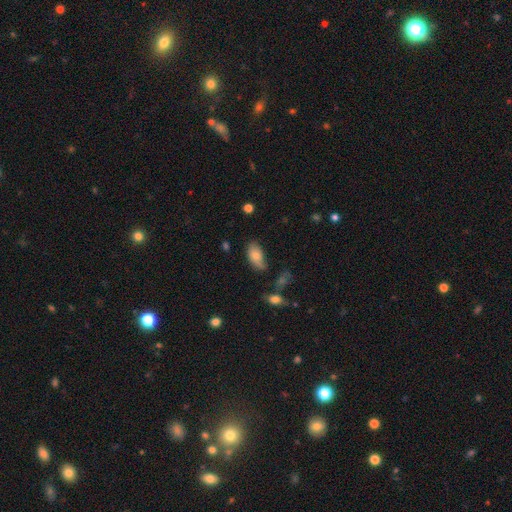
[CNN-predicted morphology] A smooth galaxy with no disk features (74%) that is in between round and cigar-shaped (92%).

Vote fractions:
- Smooth or featured? smooth: 74% / featured or disk: 18% / star or artifact: 8%
- How rounded? in between: 92% / cigar-shaped: 4% / round: 4%
- Merging? none: 52% / minor disturbance: 32% / major disturbance: 12% / merger: 5%